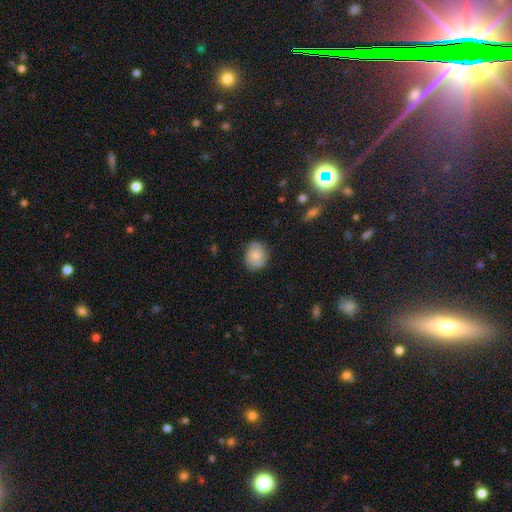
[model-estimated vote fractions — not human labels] Q: Smooth or featured?
A: smooth (53%); runner-up: featured or disk (39%)
Q: How rounded?
A: round (66%); runner-up: in between (33%)
Q: Merging?
A: none (75%); runner-up: minor disturbance (19%)